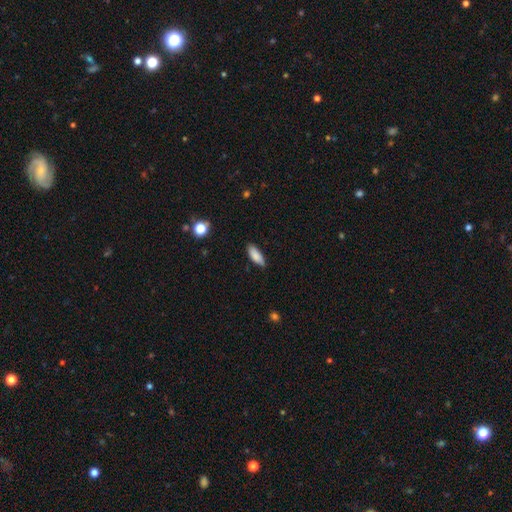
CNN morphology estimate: type=smooth (86%); roundness=in between (69%); merging=none (80%).